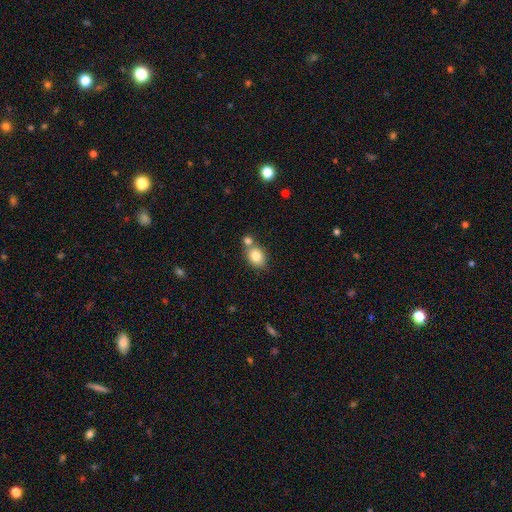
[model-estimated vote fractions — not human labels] smooth 81%, featured or disk 10%, star or artifact 9%. Down the decision tree: how rounded — in between (52%); merging — none (55%).